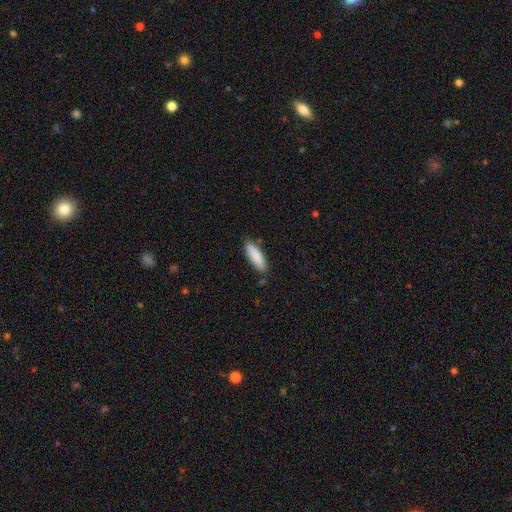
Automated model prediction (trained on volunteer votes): This appears to be a smooth galaxy with no disk features (88%) that is cigar-shaped (50%). Merging: none (82%).